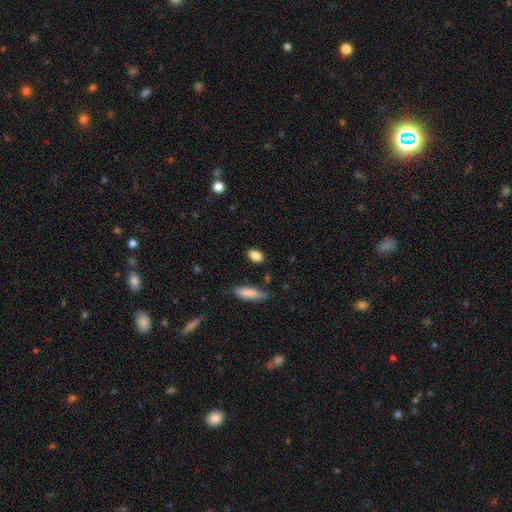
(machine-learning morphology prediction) Smooth or featured?
  - smooth: 86% *
  - star or artifact: 8%
  - featured or disk: 6%
How rounded?
  - in between: 82% *
  - round: 14%
  - cigar-shaped: 4%
Merging?
  - none: 83% *
  - minor disturbance: 12%
  - major disturbance: 3%
  - merger: 2%